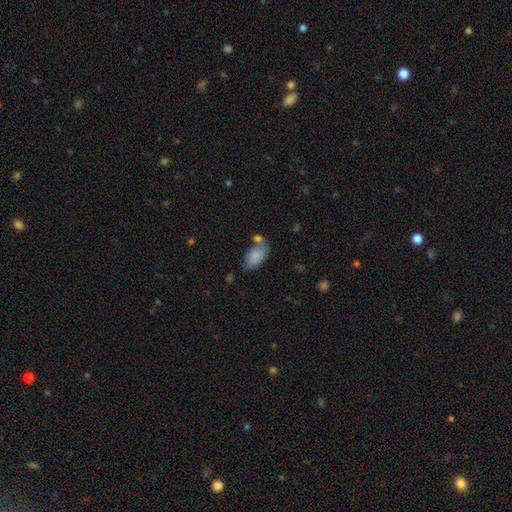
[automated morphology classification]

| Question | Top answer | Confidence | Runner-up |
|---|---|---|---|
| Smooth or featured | smooth | 84% | featured or disk (9%) |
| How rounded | in between | 93% | round (5%) |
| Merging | none | 53% | minor disturbance (21%) |